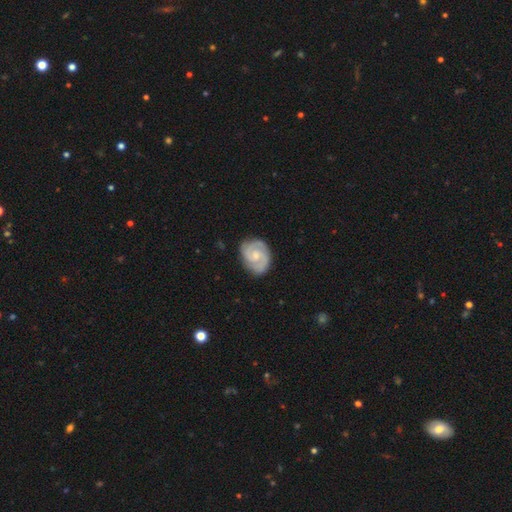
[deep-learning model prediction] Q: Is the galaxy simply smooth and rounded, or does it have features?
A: featured or disk — 86%.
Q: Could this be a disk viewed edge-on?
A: no — 98%.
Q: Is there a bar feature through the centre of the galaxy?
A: no — 59%.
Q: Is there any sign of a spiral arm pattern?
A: yes — 98%.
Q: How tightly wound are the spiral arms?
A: tight — 57%.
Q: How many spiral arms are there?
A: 2 — 76%.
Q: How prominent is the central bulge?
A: small — 52%.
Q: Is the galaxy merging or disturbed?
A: none — 81%.